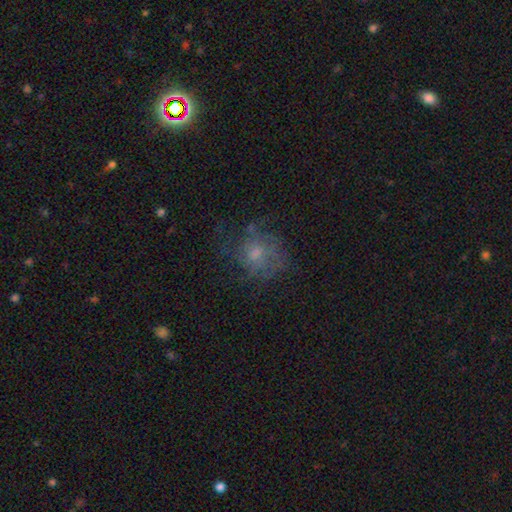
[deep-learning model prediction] This appears to be a featured or disk galaxy (45%). Merging: none (57%).